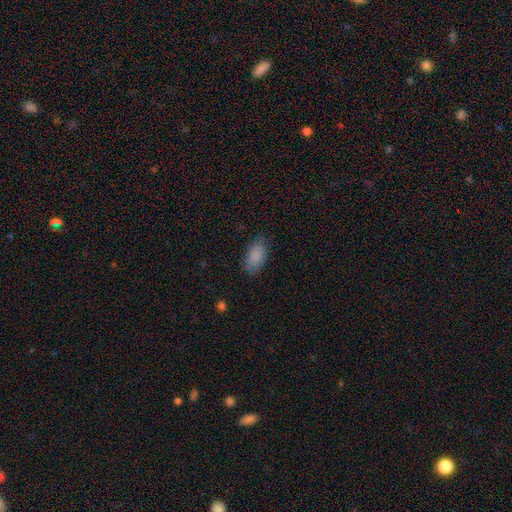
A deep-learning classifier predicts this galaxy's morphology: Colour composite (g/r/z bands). It shows a smooth galaxy with no disk features (88%) that is in between round and cigar-shaped (93%). Merging: none (81%).